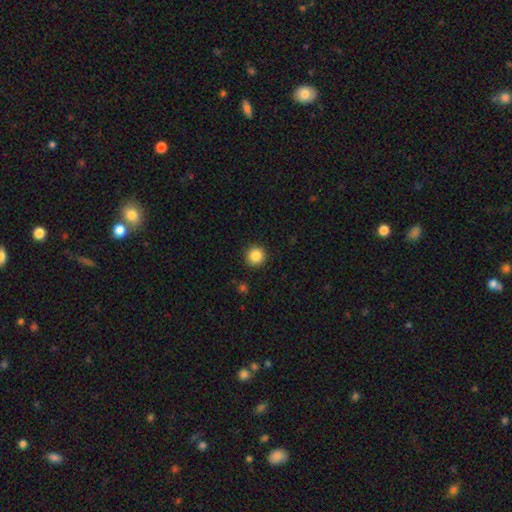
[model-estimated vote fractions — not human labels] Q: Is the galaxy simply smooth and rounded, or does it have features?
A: smooth — 86%.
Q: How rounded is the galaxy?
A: round — 95%.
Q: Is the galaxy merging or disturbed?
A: none — 92%.